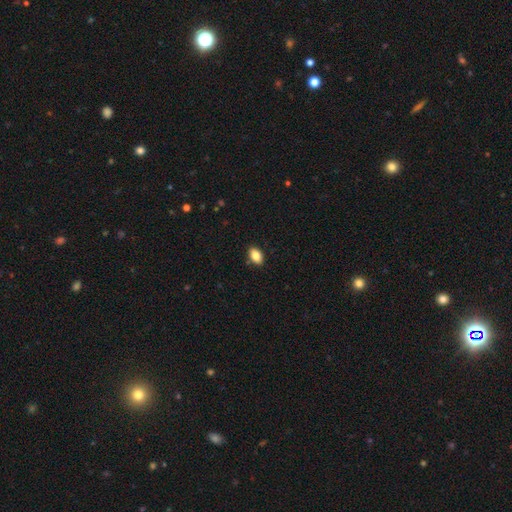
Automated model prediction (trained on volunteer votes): This is clearly a smooth galaxy (85%). How rounded: clearly in between (90%). Merging: clearly none (89%).